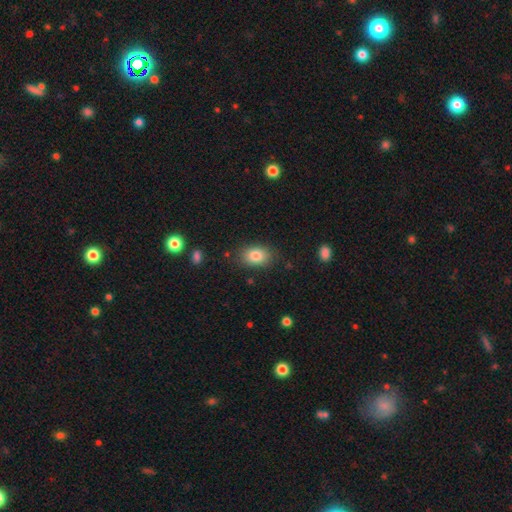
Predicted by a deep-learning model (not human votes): smooth 83%, star or artifact 9%, featured or disk 8%. Down the decision tree: how rounded — in between (80%); merging — none (83%).